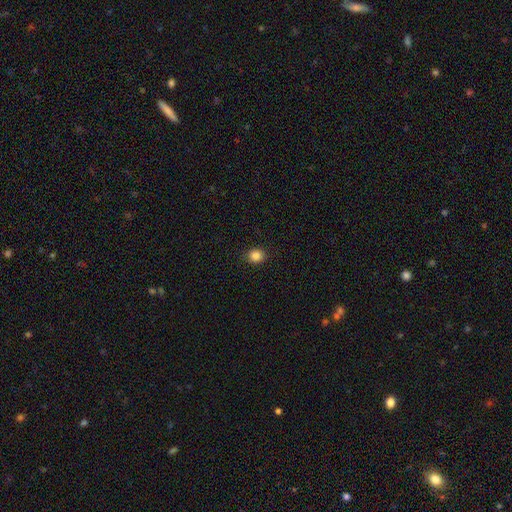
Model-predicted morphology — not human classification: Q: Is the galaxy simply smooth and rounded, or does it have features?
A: smooth — 85%.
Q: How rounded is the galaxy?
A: round — 76%.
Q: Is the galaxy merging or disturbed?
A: none — 90%.